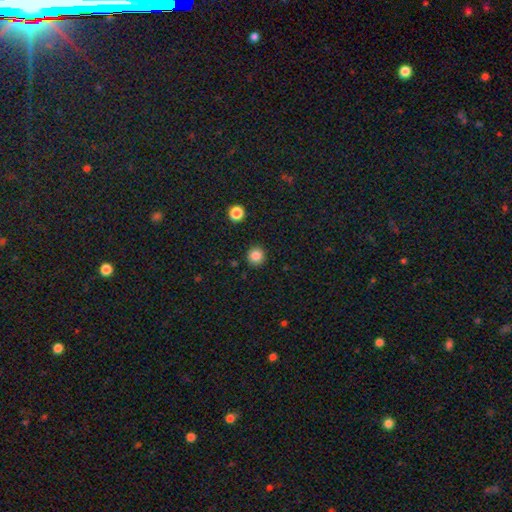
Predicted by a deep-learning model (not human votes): Morphology: type=smooth (85%); roundness=round (93%); merging=none (91%).